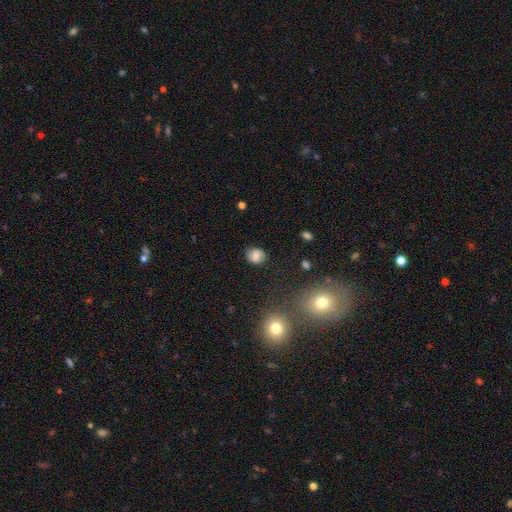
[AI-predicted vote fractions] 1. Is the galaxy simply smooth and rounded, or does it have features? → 75% smooth, 14% featured or disk, 11% star or artifact.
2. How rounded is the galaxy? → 68% round, 31% in between, 1% cigar-shaped.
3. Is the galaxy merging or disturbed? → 84% none, 12% minor disturbance, 3% major disturbance, 2% merger.